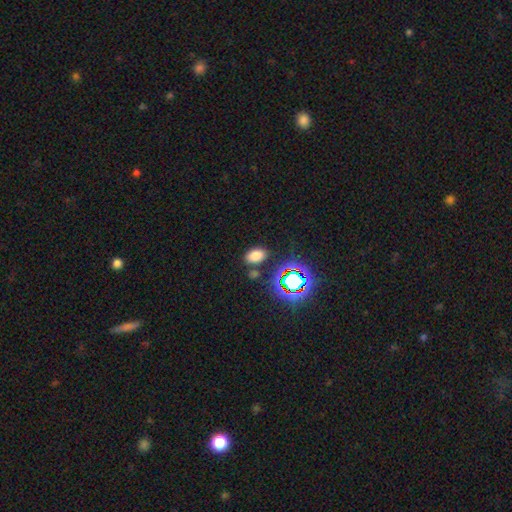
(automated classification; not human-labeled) smooth-or-featured: smooth: 72% | star or artifact: 22% | featured or disk: 6%
  how-rounded: in between: 87% | round: 11% | cigar-shaped: 2%
  merging: none: 82% | minor disturbance: 10% | merger: 5% | major disturbance: 3%